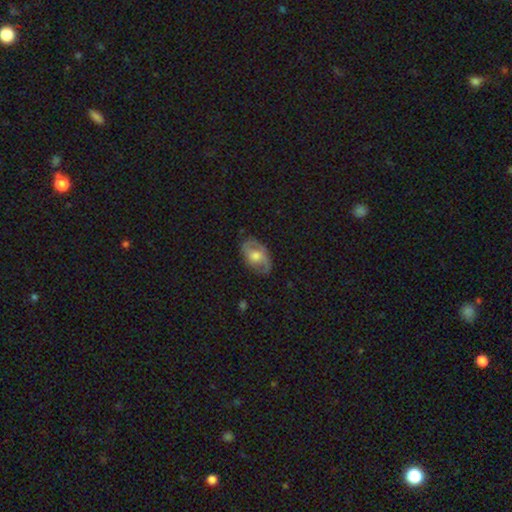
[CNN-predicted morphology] type=featured or disk (59%); edge-on=no (93%); bar=no (63%); spiral arms=yes (72%); bulge=moderate (66%); merging=none (76%).